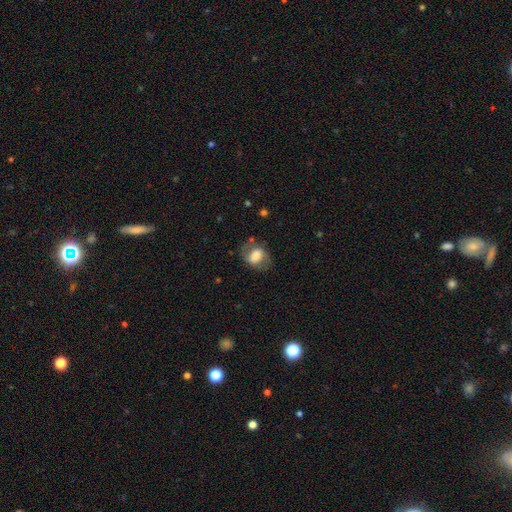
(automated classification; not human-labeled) A smooth galaxy with no disk features (55%) that is in between round and cigar-shaped (65%). Merging: none (63%).